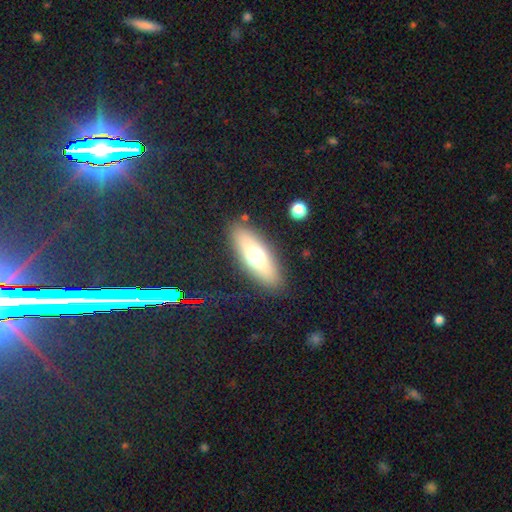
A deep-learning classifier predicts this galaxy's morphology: A smooth galaxy with no disk features (62%) that is in between round and cigar-shaped (63%). Merging: none (86%).